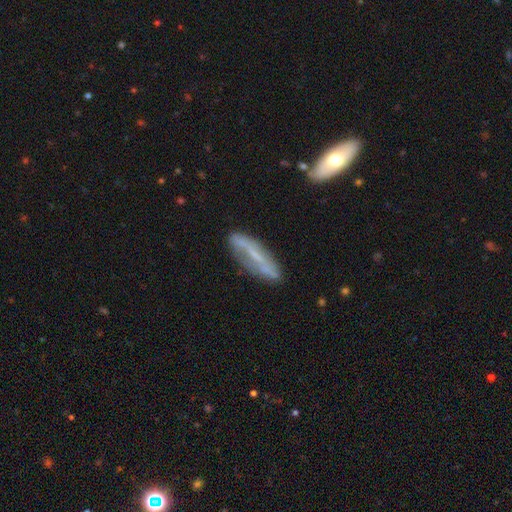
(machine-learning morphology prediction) This is possibly a featured or disk galaxy (56%). It is possibly not viewed edge-on (60%). Merging: likely none (70%).